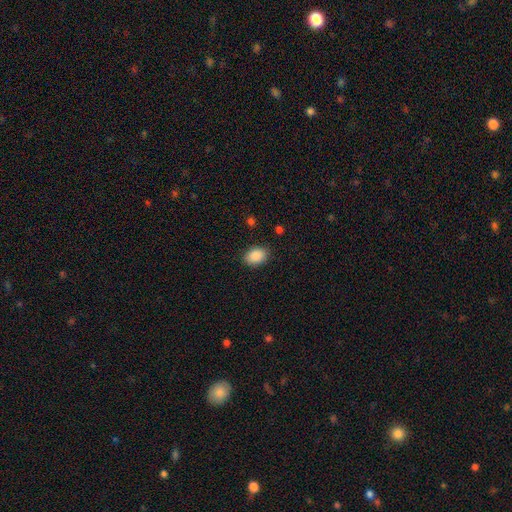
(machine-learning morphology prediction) type=smooth (88%); roundness=in between (81%); merging=none (87%).